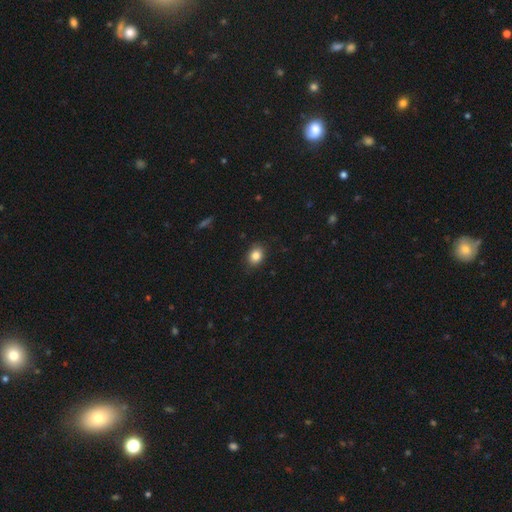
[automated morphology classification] smooth_or_featured: smooth (p=0.84) [alt: star or artifact p=0.10]
how_rounded: in between (p=0.54) [alt: round p=0.45]
merging: none (p=0.85) [alt: minor disturbance p=0.11]